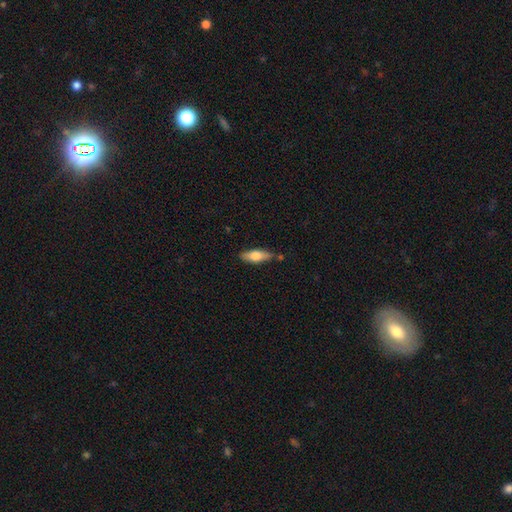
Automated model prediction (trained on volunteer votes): A smooth galaxy with no disk features (66%) that is in between round and cigar-shaped (58%). Merging: none (73%).